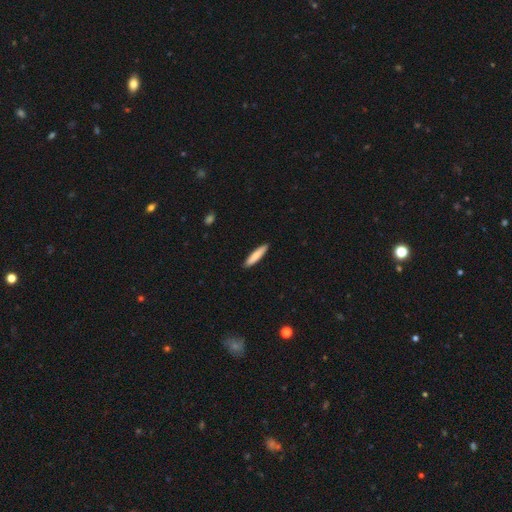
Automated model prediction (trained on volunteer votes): smooth-or-featured: smooth: 81% | featured or disk: 13% | star or artifact: 5%
  how-rounded: cigar-shaped: 86% | in between: 13% | round: 1%
  merging: none: 91% | minor disturbance: 6% | major disturbance: 1% | merger: 1%